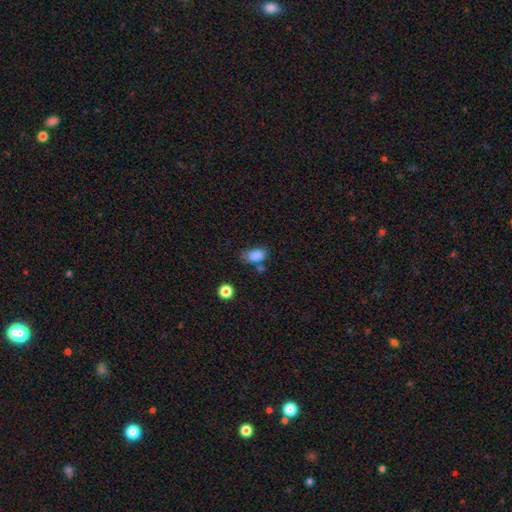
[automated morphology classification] smooth 85%, star or artifact 9%, featured or disk 6%. Down the decision tree: how rounded — in between (86%); merging — none (60%).